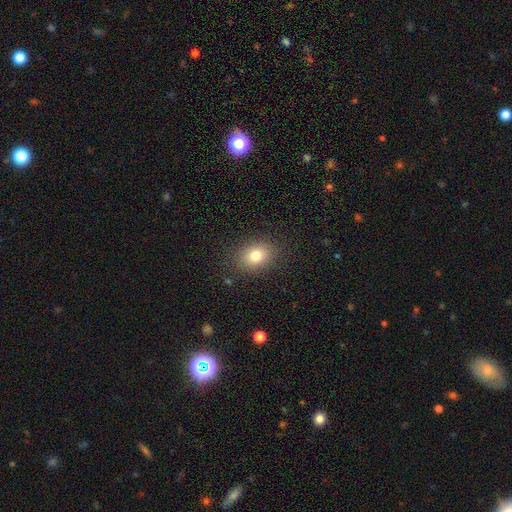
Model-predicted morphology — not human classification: Smooth or featured? smooth (79%)
How rounded? in between (62%)
Merging? none (86%)